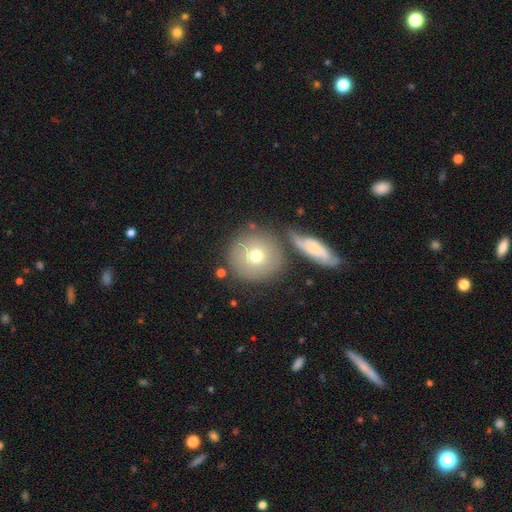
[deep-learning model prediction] Smooth or featured? smooth (69%)
How rounded? round (93%)
Merging? none (69%)